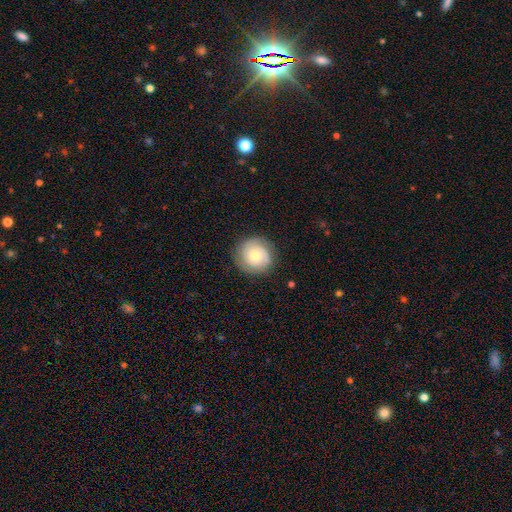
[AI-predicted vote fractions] Smooth or featured? Predicted: smooth (p=0.50). How rounded? Predicted: round (p=0.91). Merging? Predicted: none (p=0.83).